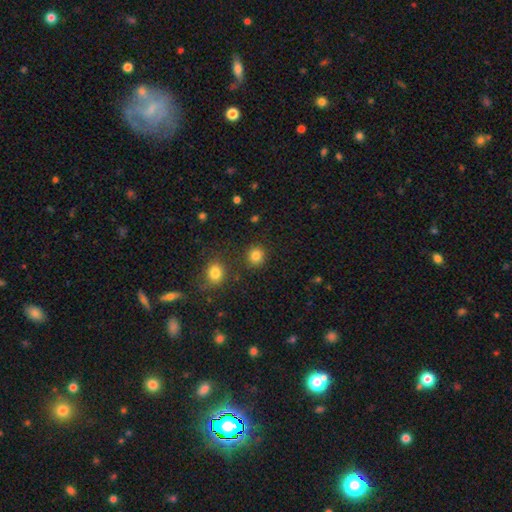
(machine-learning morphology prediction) smooth-or-featured: smooth: 83% | star or artifact: 12% | featured or disk: 5%
  how-rounded: round: 88% | in between: 11% | cigar-shaped: 1%
  merging: none: 87% | minor disturbance: 7% | merger: 4% | major disturbance: 3%